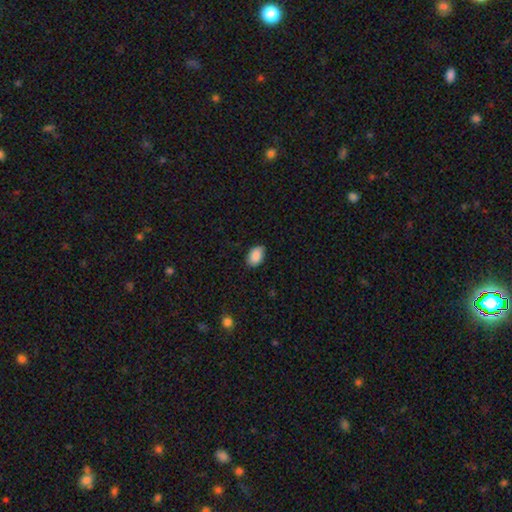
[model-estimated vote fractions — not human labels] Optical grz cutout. It shows a smooth galaxy with no disk features (89%) that is in between round and cigar-shaped (89%). Merging: none (86%).